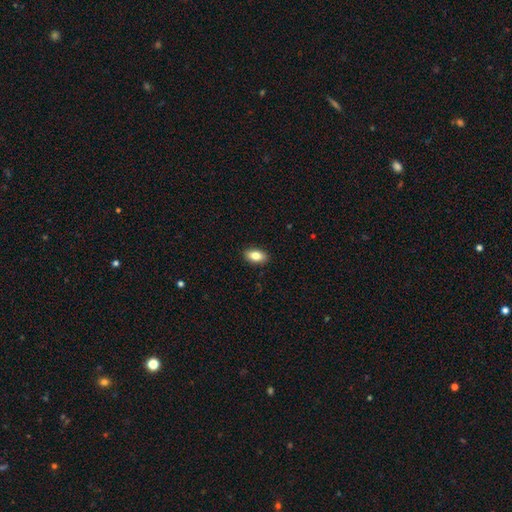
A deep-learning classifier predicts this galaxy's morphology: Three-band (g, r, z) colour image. It shows a smooth galaxy with no disk features (82%) that is in between round and cigar-shaped (90%). Merging: none (90%).